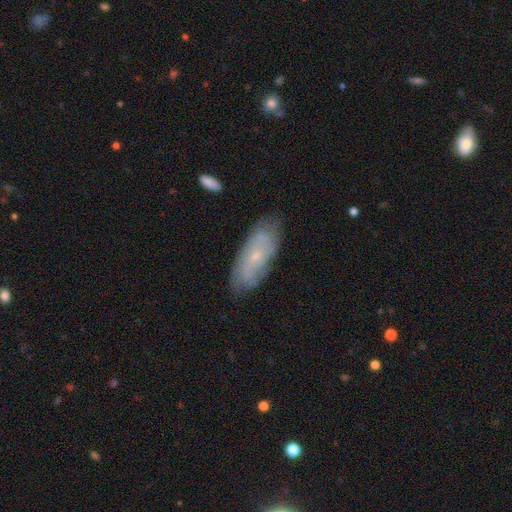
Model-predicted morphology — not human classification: smooth_or_featured: featured or disk (p=0.58) [alt: smooth p=0.35]
disk_edge_on: no (p=0.87) [alt: yes p=0.13]
merging: none (p=0.76) [alt: minor disturbance p=0.18]